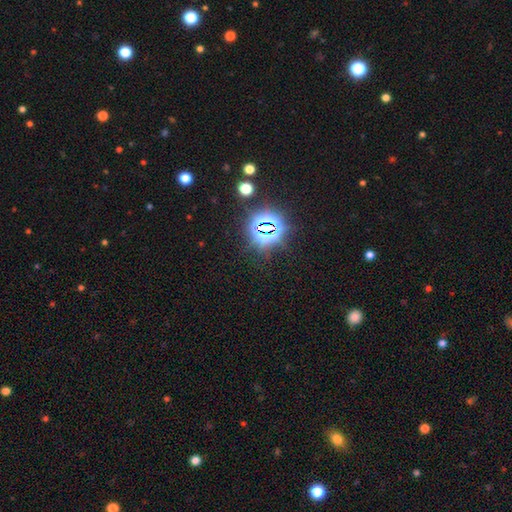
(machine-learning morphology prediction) A star or artifact, not a galaxy (83%).